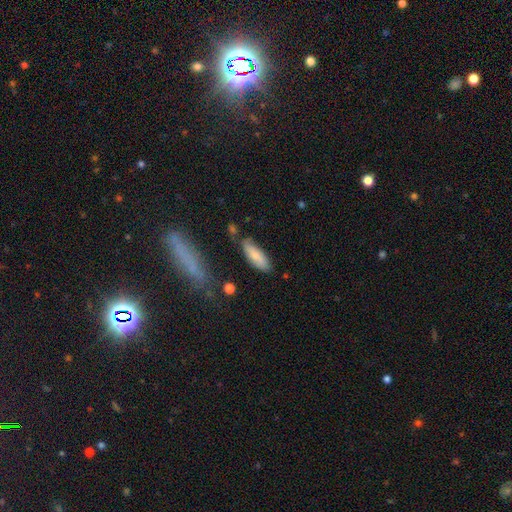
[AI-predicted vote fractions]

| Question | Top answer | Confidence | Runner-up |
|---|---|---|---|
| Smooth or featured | smooth | 77% | featured or disk (17%) |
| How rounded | in between | 64% | cigar-shaped (34%) |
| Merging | none | 69% | minor disturbance (21%) |